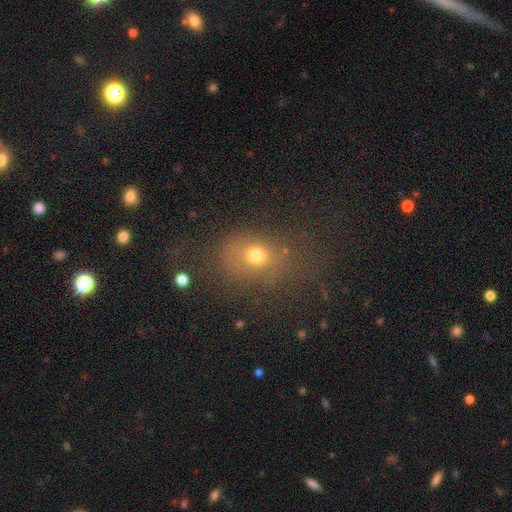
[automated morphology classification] smooth 68%, star or artifact 20%, featured or disk 13%. Down the decision tree: how rounded — round (52%); merging — none (60%).